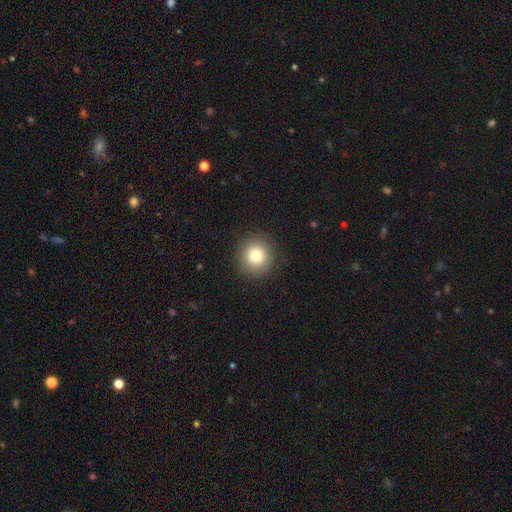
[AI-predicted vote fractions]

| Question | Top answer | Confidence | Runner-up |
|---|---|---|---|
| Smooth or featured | smooth | 81% | star or artifact (11%) |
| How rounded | round | 93% | in between (6%) |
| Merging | none | 91% | minor disturbance (6%) |